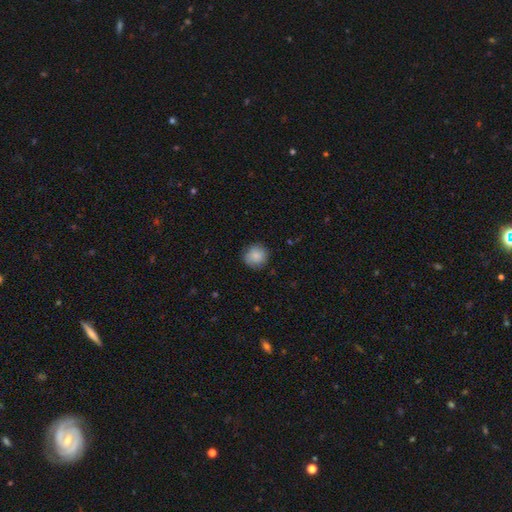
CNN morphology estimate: type=smooth (85%); roundness=round (90%); merging=none (82%).